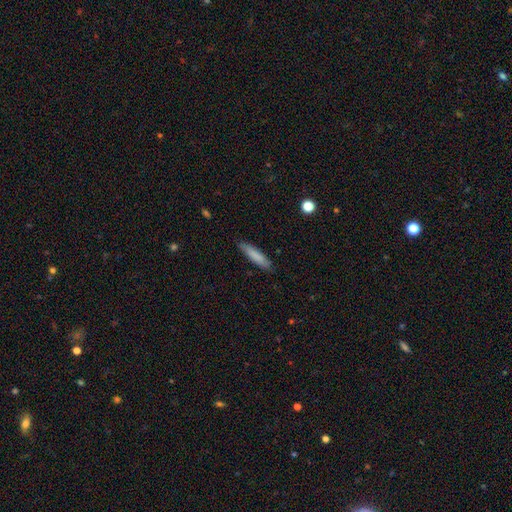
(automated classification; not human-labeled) A smooth galaxy with no disk features (82%) that is cigar-shaped (84%). Merging: none (86%).